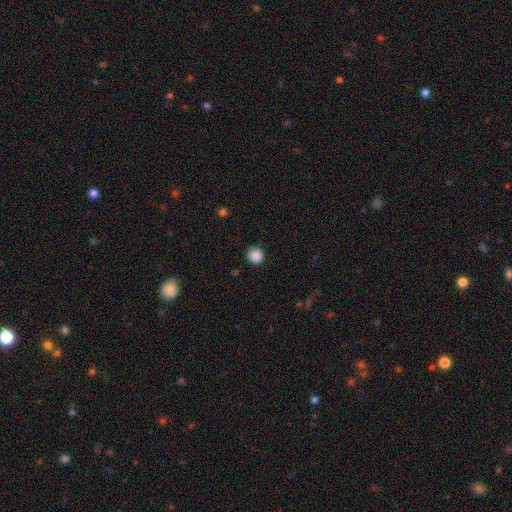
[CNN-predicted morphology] type=smooth (88%); roundness=round (92%); merging=none (90%).